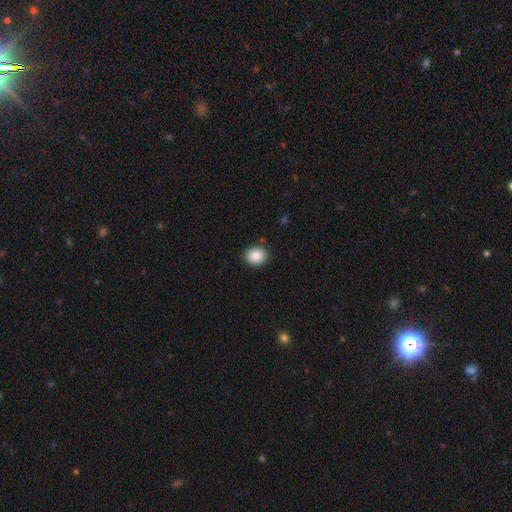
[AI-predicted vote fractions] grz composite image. It shows a smooth galaxy with no disk features (86%) that is round (70%). Merging: none (89%).